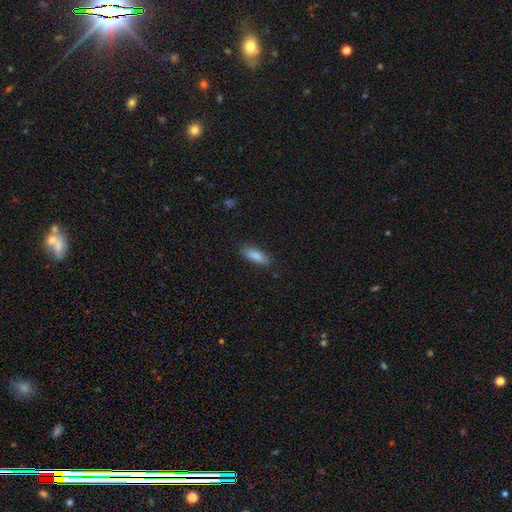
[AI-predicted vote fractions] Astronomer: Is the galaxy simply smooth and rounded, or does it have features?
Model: smooth — 86%.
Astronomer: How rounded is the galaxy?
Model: in between — 61% (runner-up: cigar-shaped, 37%).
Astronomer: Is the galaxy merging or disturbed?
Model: none — 87%.